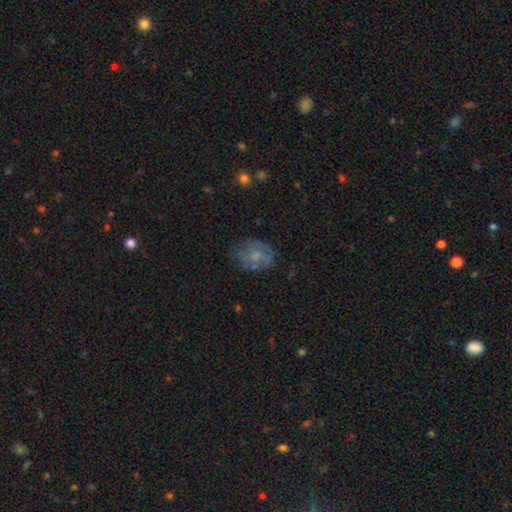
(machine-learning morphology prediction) Overall: smooth (52%; featured or disk 38%). How rounded: in between (57%; round 42%). Merging: none (61%; minor disturbance 25%).